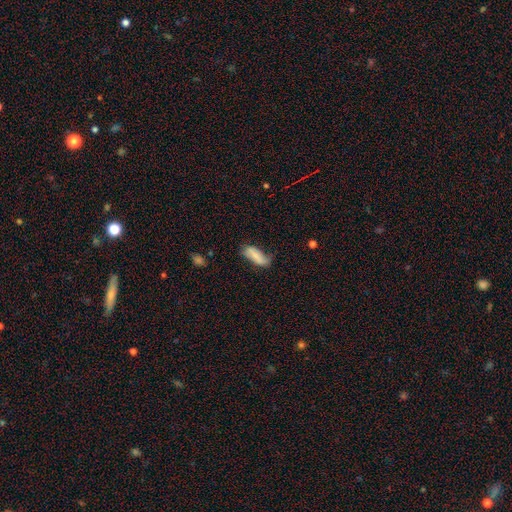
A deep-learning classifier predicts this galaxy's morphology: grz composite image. It shows a smooth galaxy with no disk features (67%) that is in between round and cigar-shaped (74%). Merging: none (56%).